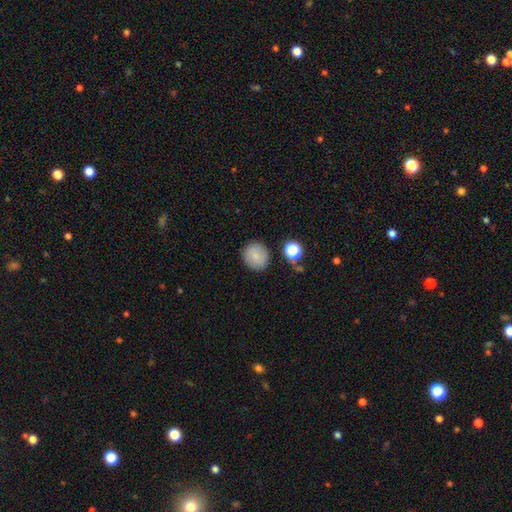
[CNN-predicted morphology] This appears to be a smooth galaxy with no disk features (81%) that is round (85%). Merging: none (85%).